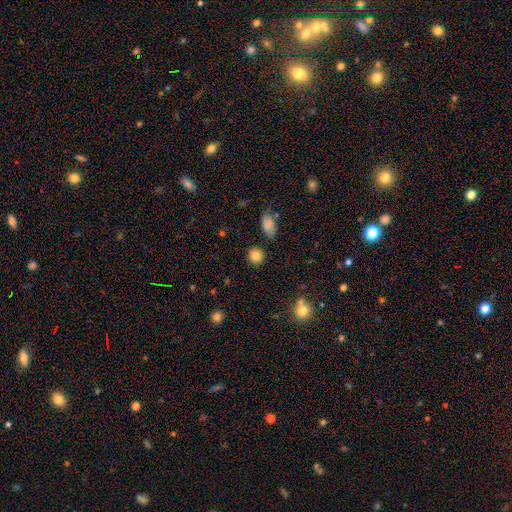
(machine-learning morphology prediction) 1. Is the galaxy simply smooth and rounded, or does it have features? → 83% smooth, 11% star or artifact, 6% featured or disk.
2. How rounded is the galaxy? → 86% round, 13% in between, 1% cigar-shaped.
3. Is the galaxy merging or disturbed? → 87% none, 8% minor disturbance, 3% merger, 2% major disturbance.